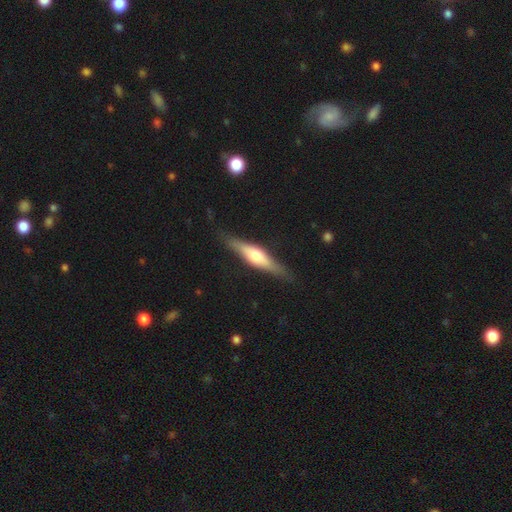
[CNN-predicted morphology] featured or disk 59%, smooth 35%, star or artifact 6%. Down the decision tree: edge-on disk — yes (92%); edge-on bulge — rounded (86%); merging — none (83%).